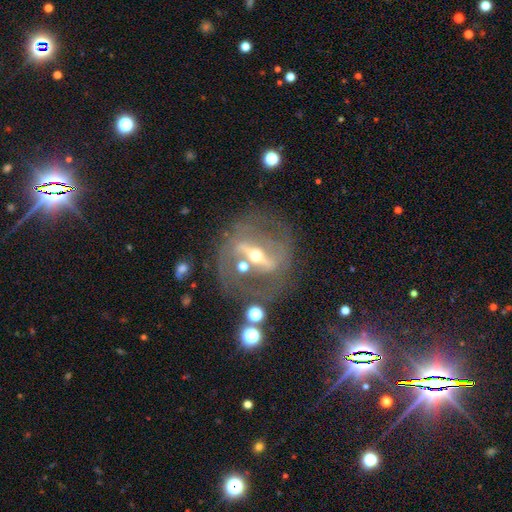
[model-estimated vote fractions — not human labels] A featured or disk galaxy (85%) with a strong bar (78%), spiral arms (58%) and a moderate central bulge (61%).

Vote fractions:
- Smooth or featured? featured or disk: 85% / smooth: 8% / star or artifact: 7%
- Edge-on disk? no: 80% / yes: 20%
- Bar? strong: 78% / weak: 14% / no: 7%
- Spiral arms? yes: 58% / no: 42%
- Bulge size? moderate: 61% / small: 33% / large: 4% / dominant: 1% / none: 1%
- Merging? none: 67% / minor disturbance: 15% / major disturbance: 13% / merger: 5%